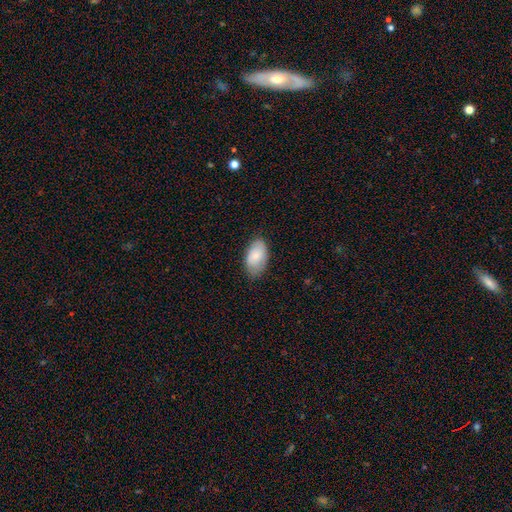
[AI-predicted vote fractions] This appears to be a smooth galaxy with no disk features (79%) that is in between round and cigar-shaped (94%). Merging: none (77%).